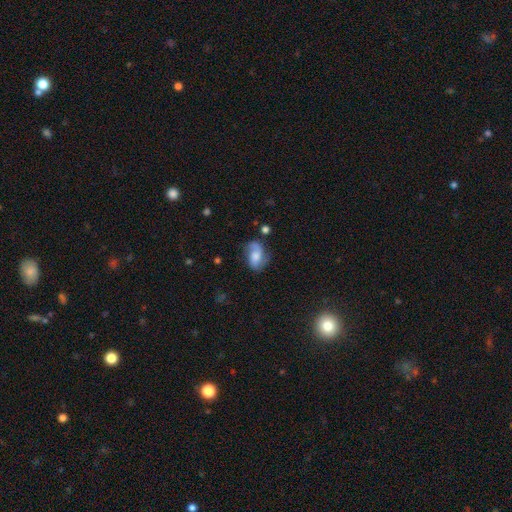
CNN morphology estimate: This appears to be a featured or disk galaxy (56%) with no bar (57%), spiral arms (89%) and a moderate central bulge (43%). Merging: none (60%).